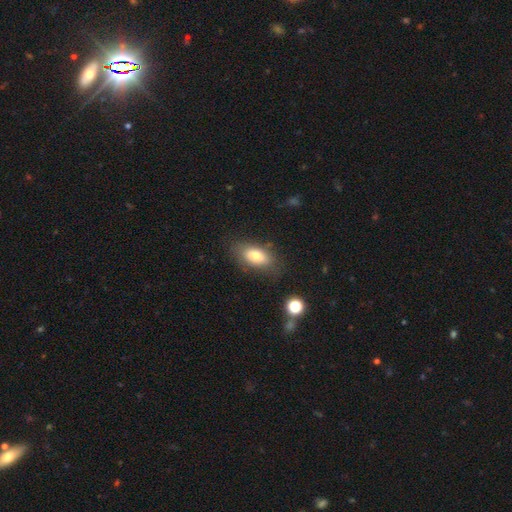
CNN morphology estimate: A smooth galaxy with no disk features (78%) that is in between round and cigar-shaped (88%). Merging: none (75%).